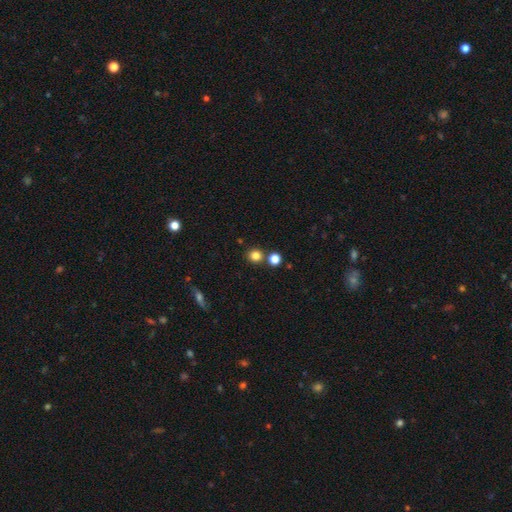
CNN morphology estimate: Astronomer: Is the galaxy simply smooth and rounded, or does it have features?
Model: smooth — 82%.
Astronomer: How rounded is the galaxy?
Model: round — 89%.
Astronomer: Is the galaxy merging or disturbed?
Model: none — 78%.